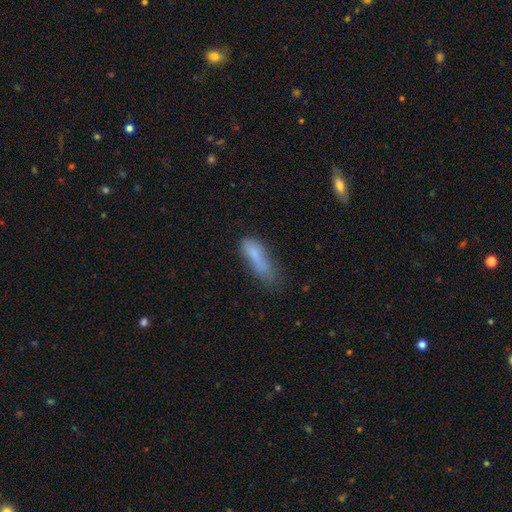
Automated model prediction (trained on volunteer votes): Smooth or featured: smooth — 73% (featured or disk — 17%)
How rounded: cigar-shaped — 49% (in between — 48%)
Merging: none — 33% (tied with minor disturbance — 33%)